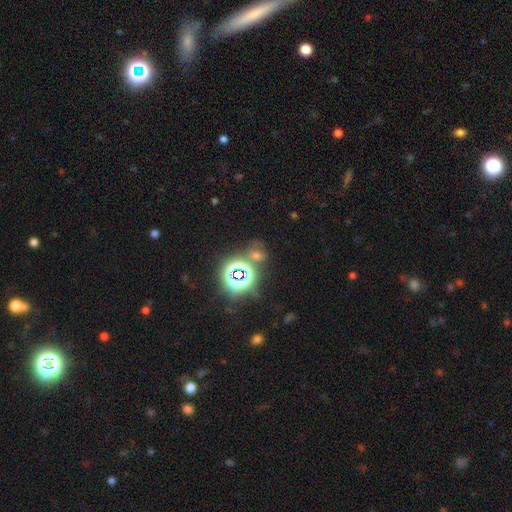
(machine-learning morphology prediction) A star or artifact, not a galaxy (59%).